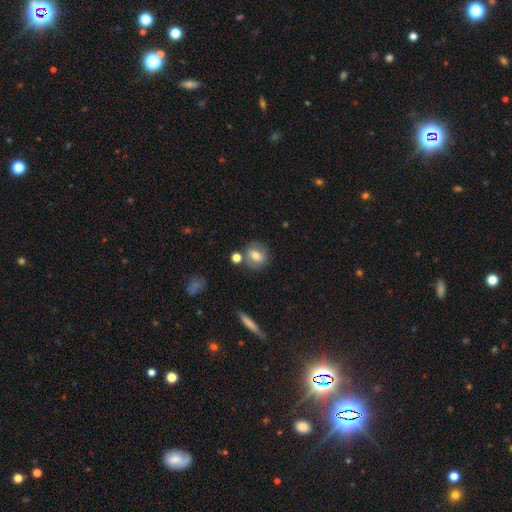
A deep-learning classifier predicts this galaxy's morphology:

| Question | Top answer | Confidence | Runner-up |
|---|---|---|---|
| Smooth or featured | smooth | 70% | featured or disk (21%) |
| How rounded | round | 75% | in between (23%) |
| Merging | none | 71% | minor disturbance (13%) |